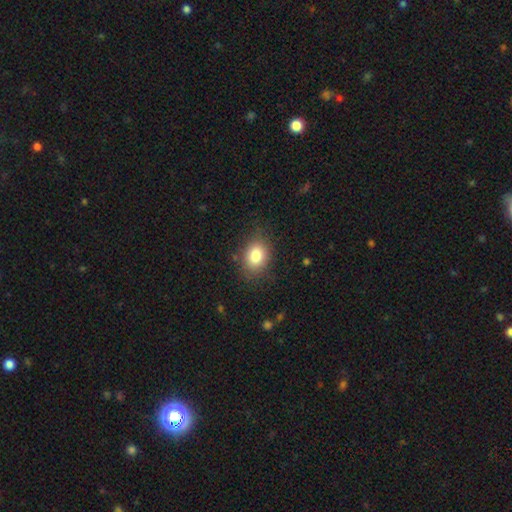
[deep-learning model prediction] smooth_or_featured: smooth (p=0.82) [alt: star or artifact p=0.10]
how_rounded: in between (p=0.59) [alt: round p=0.40]
merging: none (p=0.81) [alt: minor disturbance p=0.13]